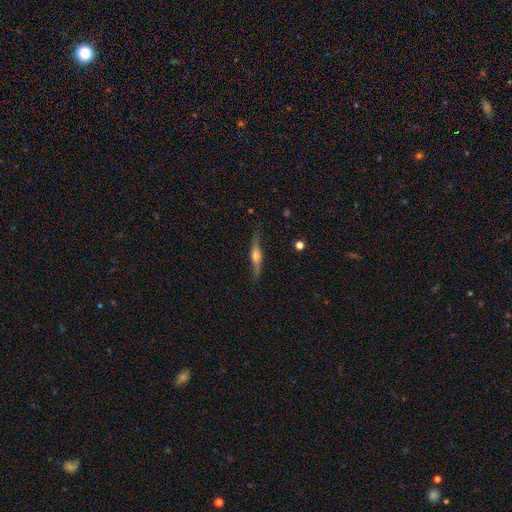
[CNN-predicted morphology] featured or disk 68%, smooth 26%, star or artifact 7%. Down the decision tree: edge-on disk — yes (91%); edge-on bulge — rounded (83%); merging — none (79%).